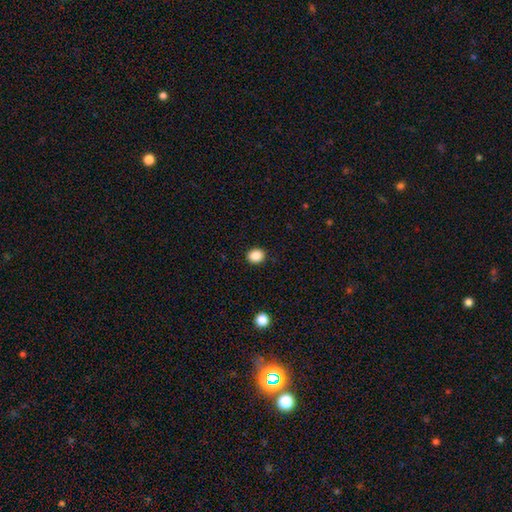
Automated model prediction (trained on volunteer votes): Smooth or featured? Predicted: smooth (p=0.87). How rounded? Predicted: round (p=0.67). Merging? Predicted: none (p=0.91).